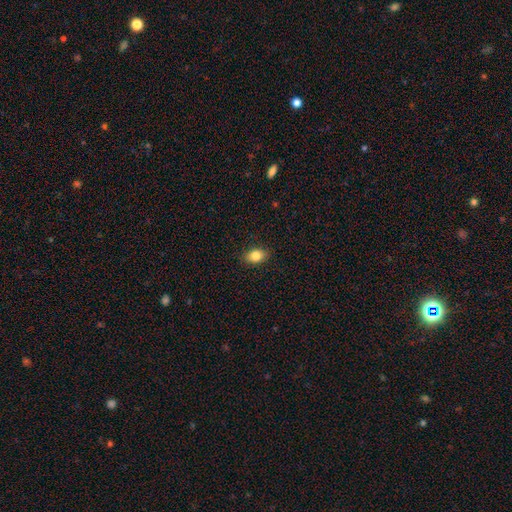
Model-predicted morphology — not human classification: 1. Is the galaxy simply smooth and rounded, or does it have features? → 84% smooth, 9% star or artifact, 8% featured or disk.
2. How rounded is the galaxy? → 80% in between, 18% round, 2% cigar-shaped.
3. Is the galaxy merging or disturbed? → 88% none, 9% minor disturbance, 2% major disturbance, 1% merger.